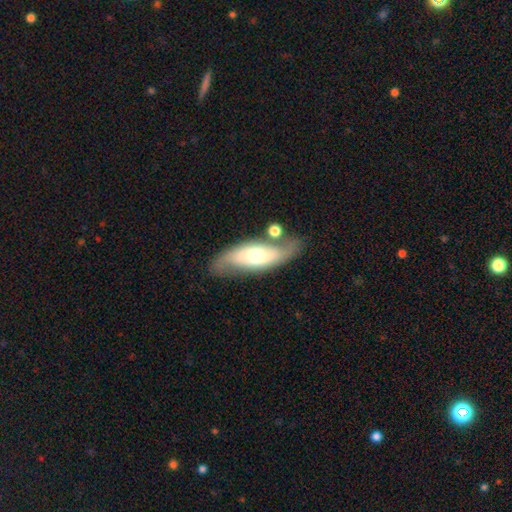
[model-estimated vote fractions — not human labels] A featured or disk galaxy (61%). Merging: none (66%).